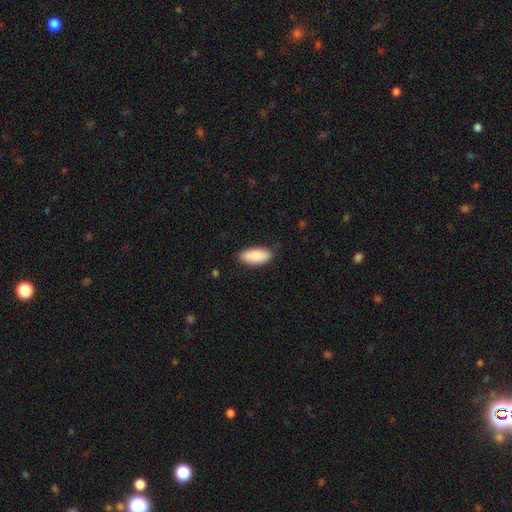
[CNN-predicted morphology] A smooth galaxy with no disk features (90%) that is in between round and cigar-shaped (88%). Merging: none (80%).